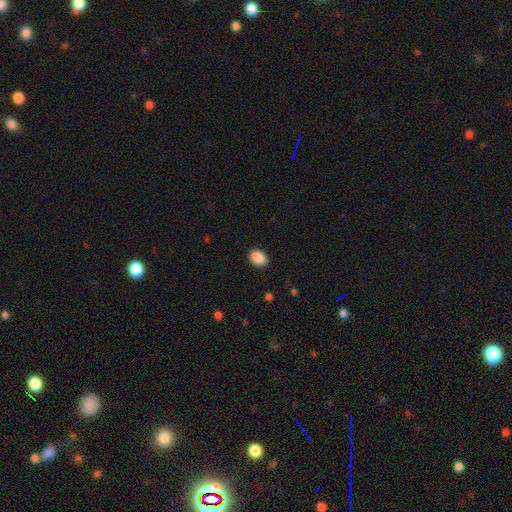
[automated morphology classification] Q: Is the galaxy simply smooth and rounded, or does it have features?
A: smooth — 89%.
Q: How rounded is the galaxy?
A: in between — 81%.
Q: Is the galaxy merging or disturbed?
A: none — 87%.